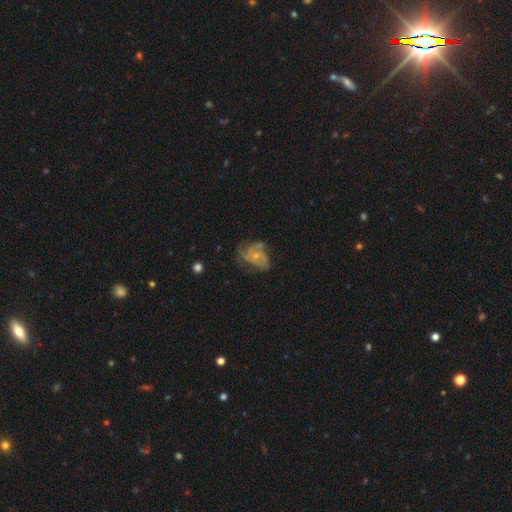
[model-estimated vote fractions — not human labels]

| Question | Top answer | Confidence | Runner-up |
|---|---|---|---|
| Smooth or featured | featured or disk | 77% | smooth (16%) |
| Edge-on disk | no | 98% | yes (2%) |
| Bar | no | 72% | weak (24%) |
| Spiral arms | yes | 89% | no (11%) |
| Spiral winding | medium | 45% | tight (38%) |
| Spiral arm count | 3 | 41% | 2 (21%) |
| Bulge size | small | 63% | moderate (31%) |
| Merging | none | 45% | minor disturbance (27%) |